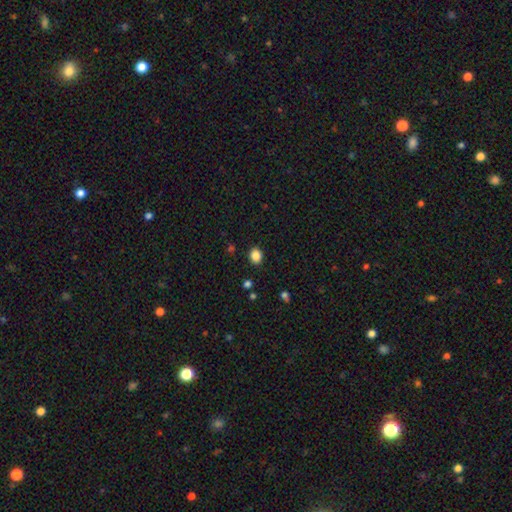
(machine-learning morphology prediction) This appears to be a smooth galaxy with no disk features (85%) that is round (59%). Merging: none (89%).